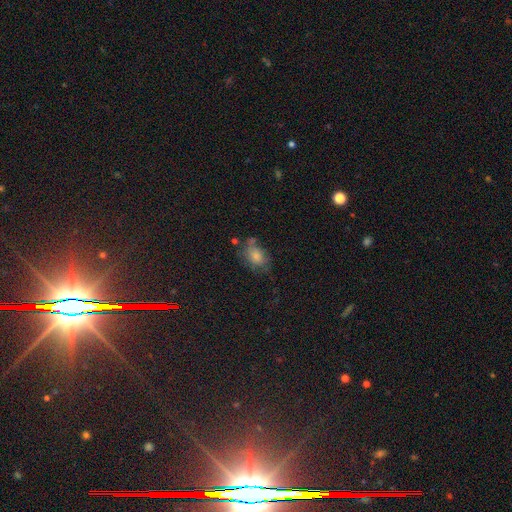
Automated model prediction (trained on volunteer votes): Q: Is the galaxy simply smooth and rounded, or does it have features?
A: smooth — 70%.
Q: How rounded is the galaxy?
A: in between — 80%.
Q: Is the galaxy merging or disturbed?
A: none — 45%.